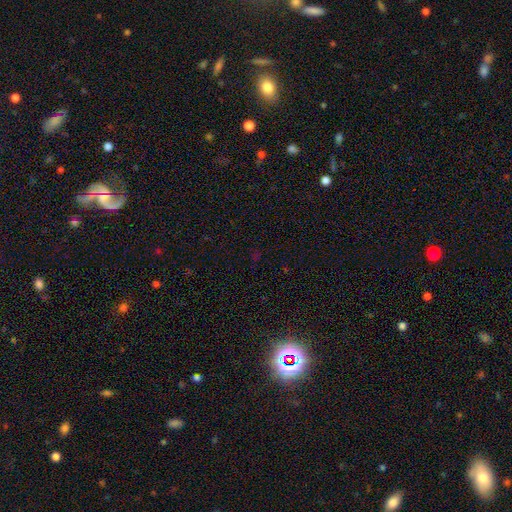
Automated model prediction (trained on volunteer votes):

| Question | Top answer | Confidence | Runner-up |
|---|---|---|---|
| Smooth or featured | star or artifact | 67% | smooth (25%) |